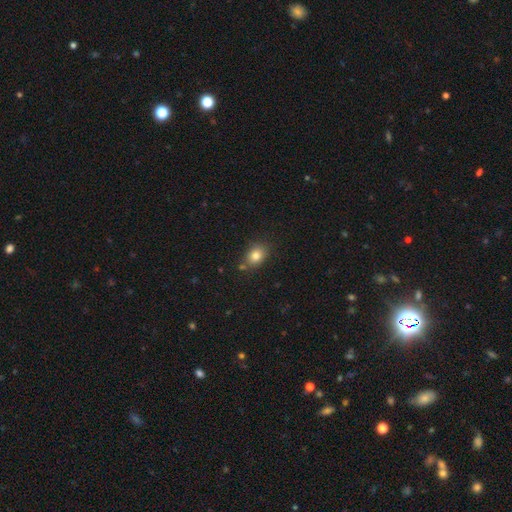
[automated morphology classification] A smooth galaxy with no disk features (82%) that is in between round and cigar-shaped (60%).

Vote fractions:
- Smooth or featured? smooth: 82% / star or artifact: 11% / featured or disk: 8%
- How rounded? in between: 60% / round: 38% / cigar-shaped: 1%
- Merging? none: 75% / minor disturbance: 15% / merger: 7% / major disturbance: 3%